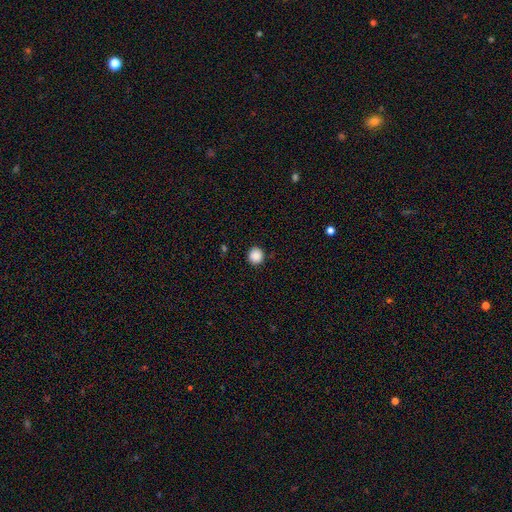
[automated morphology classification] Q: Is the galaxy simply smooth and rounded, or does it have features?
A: smooth — 88%.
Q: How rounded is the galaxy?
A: round — 93%.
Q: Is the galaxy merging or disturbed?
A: none — 91%.